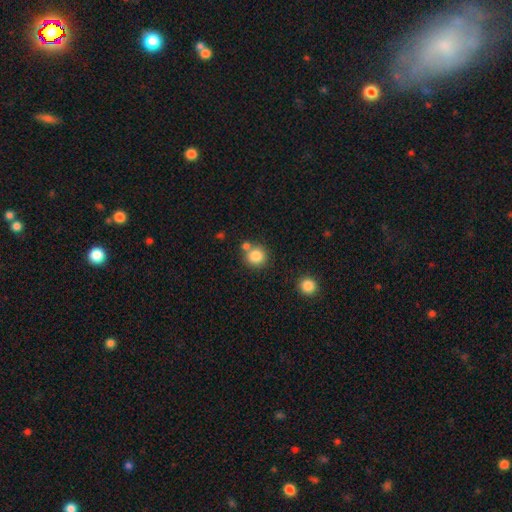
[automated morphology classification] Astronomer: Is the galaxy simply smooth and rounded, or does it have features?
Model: smooth — 83%.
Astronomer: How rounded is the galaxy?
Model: round — 91%.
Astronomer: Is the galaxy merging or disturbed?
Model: none — 68%.